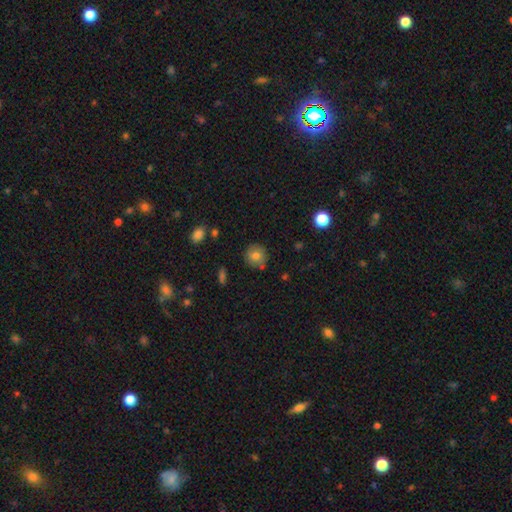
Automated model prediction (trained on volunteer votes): Smooth or featured: smooth — 79% (featured or disk — 11%)
How rounded: round — 89% (in between — 10%)
Merging: none — 81% (minor disturbance — 12%)